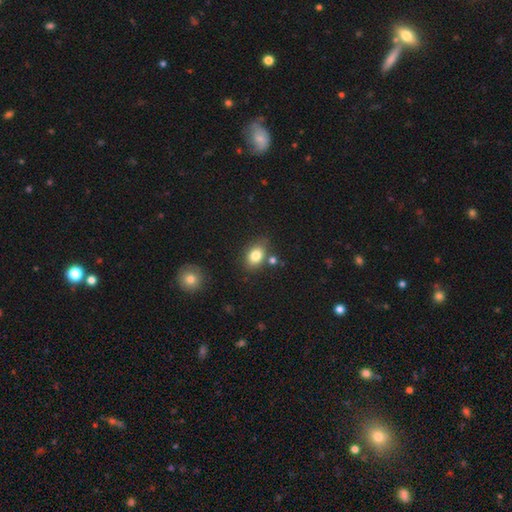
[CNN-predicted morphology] type=smooth (82%); roundness=in between (74%); merging=none (74%).